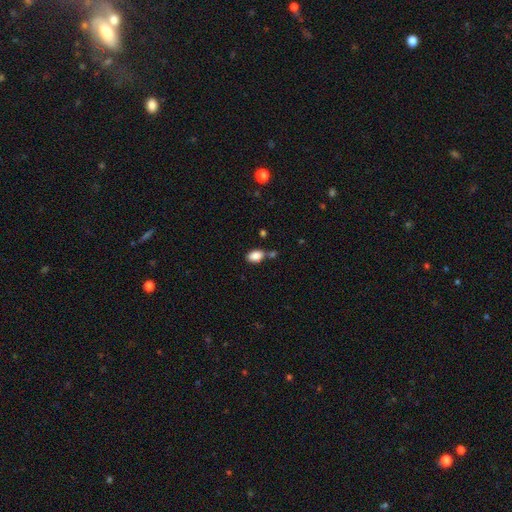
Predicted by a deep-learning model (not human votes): Morphology: type=smooth (87%); roundness=in between (87%); merging=none (64%).